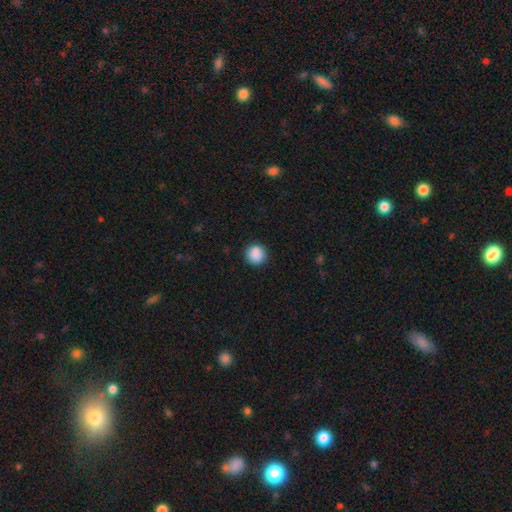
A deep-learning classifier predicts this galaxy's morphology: Overall: smooth (88%). How rounded: round (92%). Merging: none (88%).